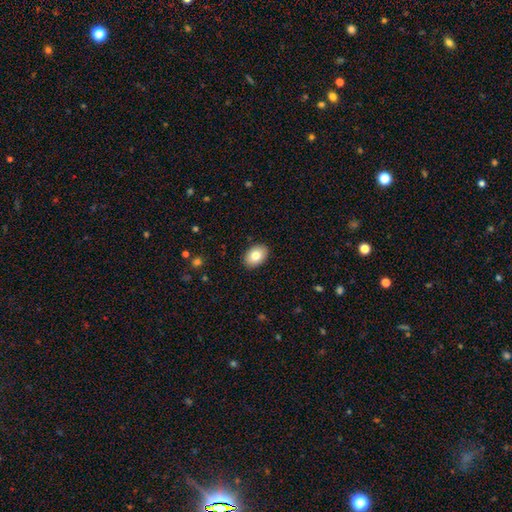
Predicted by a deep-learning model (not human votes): Smooth or featured? smooth (81%)
How rounded? in between (83%)
Merging? none (90%)